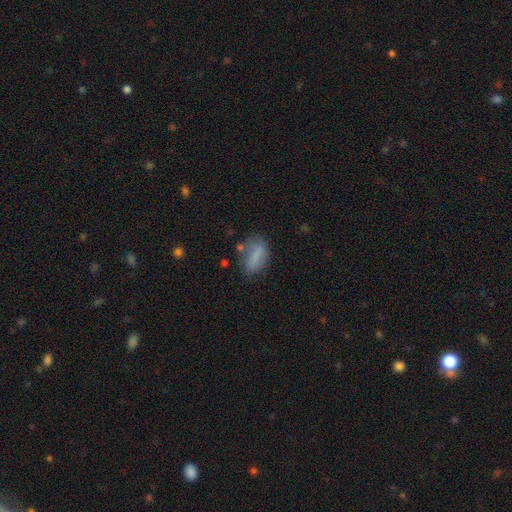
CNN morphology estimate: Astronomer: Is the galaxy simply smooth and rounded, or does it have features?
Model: smooth — 73%.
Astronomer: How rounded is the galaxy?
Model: in between — 82%.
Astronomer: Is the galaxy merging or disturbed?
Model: none — 57%.